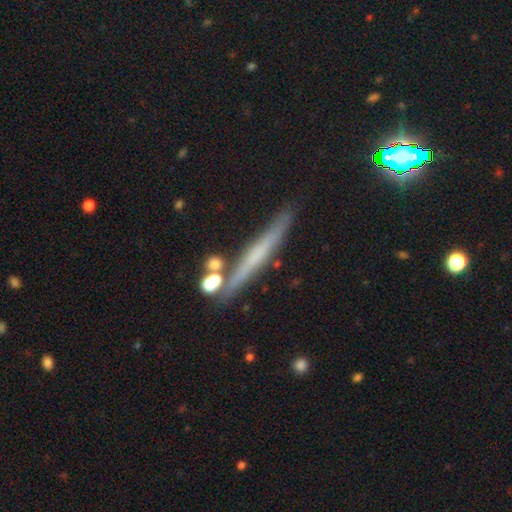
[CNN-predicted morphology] This is possibly a featured or disk galaxy (50%). It is clearly viewed edge-on (95%). Merging: clearly none (83%).